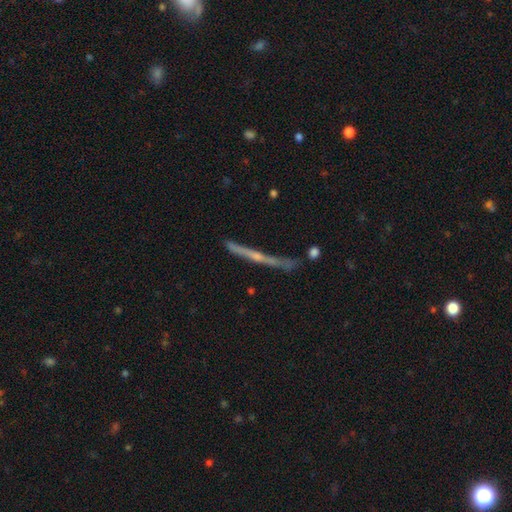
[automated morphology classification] This appears to be a featured or disk galaxy (68%) viewed edge-on (94%) with a rounded central bulge (55%). Merging: none (68%).